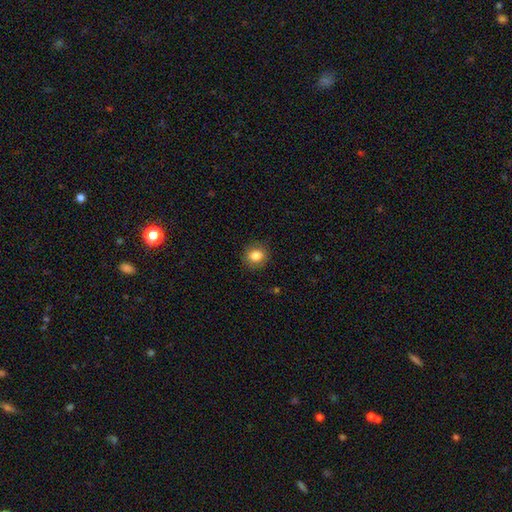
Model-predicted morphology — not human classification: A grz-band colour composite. It shows a smooth galaxy with no disk features (84%) that is round (75%). Merging: none (87%).